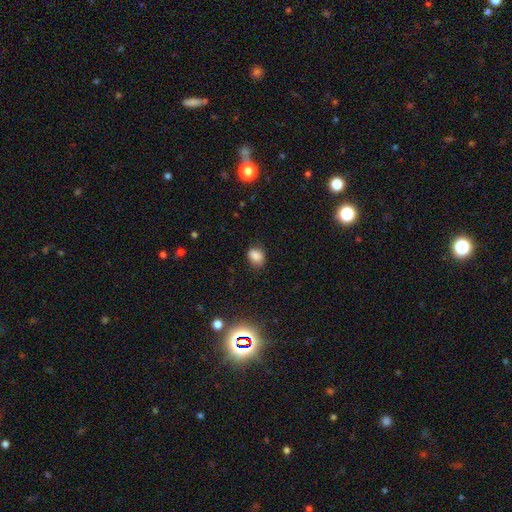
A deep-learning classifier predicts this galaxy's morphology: The model was most divided on "how rounded": in between: 61%, round: 37%, cigar-shaped: 1%. More confident: smooth or featured — smooth (84%); merging — none (70%).